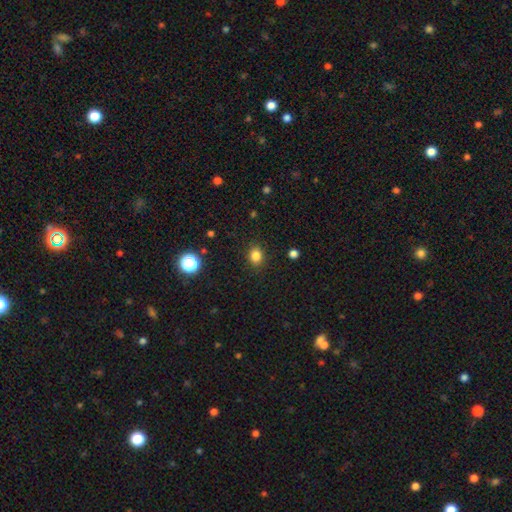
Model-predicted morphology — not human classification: Smooth or featured? smooth (83%)
How rounded? round (59%)
Merging? none (89%)